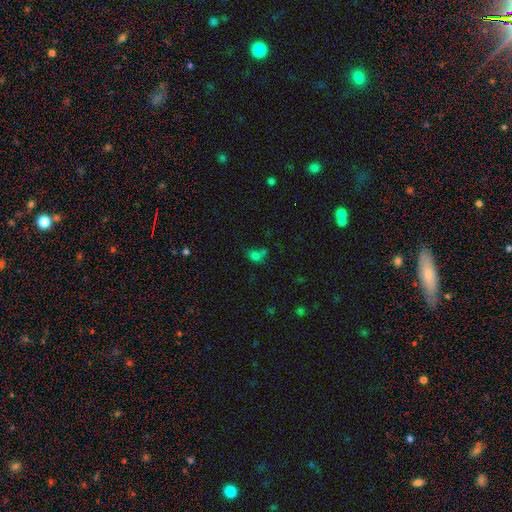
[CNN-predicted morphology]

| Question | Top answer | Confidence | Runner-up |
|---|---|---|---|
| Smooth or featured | smooth | 67% | star or artifact (22%) |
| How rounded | in between | 62% | round (35%) |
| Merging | none | 38% | merger (33%) |